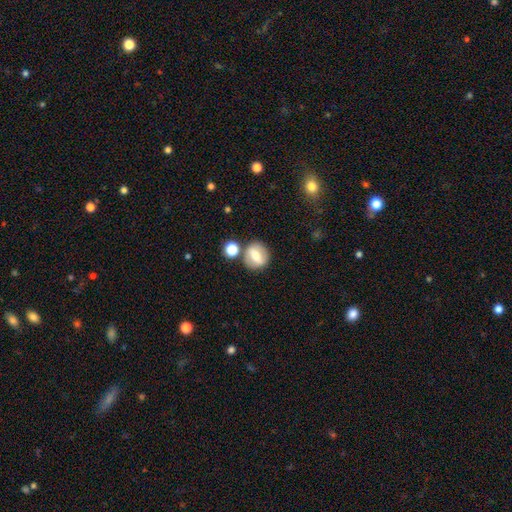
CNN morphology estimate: Smooth or featured?
  - smooth: 56% *
  - featured or disk: 35%
  - star or artifact: 9%
How rounded?
  - round: 76% *
  - in between: 22%
  - cigar-shaped: 2%
Merging?
  - none: 70% *
  - merger: 15%
  - minor disturbance: 11%
  - major disturbance: 4%